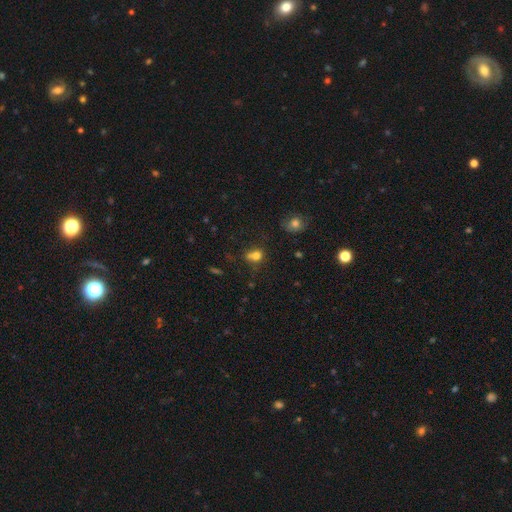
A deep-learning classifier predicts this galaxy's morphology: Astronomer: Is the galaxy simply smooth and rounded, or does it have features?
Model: smooth — 74%.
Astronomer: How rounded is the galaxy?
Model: round — 57% (runner-up: in between, 41%).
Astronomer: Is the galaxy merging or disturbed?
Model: none — 44% (runner-up: merger, 26%).